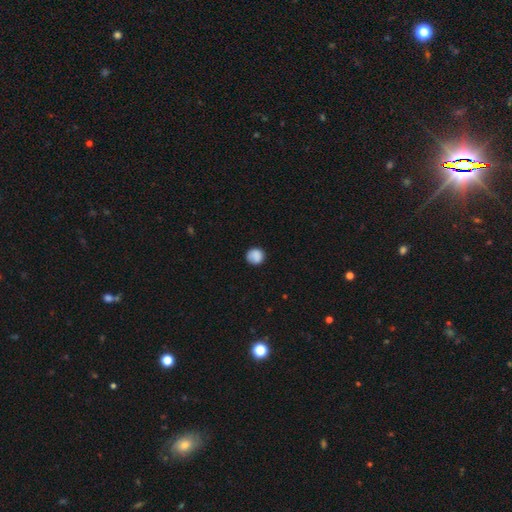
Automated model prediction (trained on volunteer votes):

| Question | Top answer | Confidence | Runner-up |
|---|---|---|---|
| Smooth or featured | smooth | 87% | star or artifact (8%) |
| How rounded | round | 91% | in between (8%) |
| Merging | none | 83% | minor disturbance (13%) |